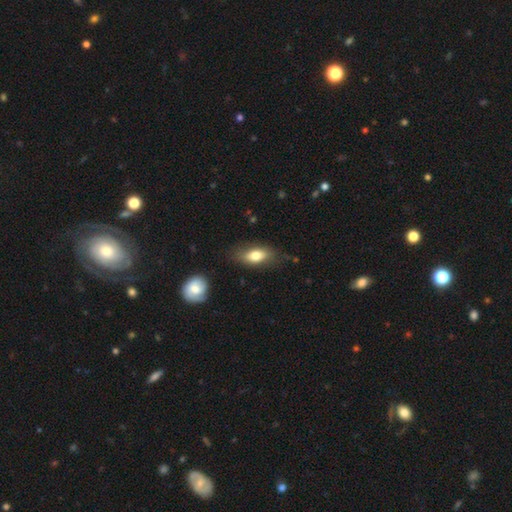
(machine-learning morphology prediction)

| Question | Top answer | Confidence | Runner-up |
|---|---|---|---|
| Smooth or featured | smooth | 76% | featured or disk (17%) |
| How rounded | in between | 84% | cigar-shaped (10%) |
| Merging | none | 75% | minor disturbance (18%) |